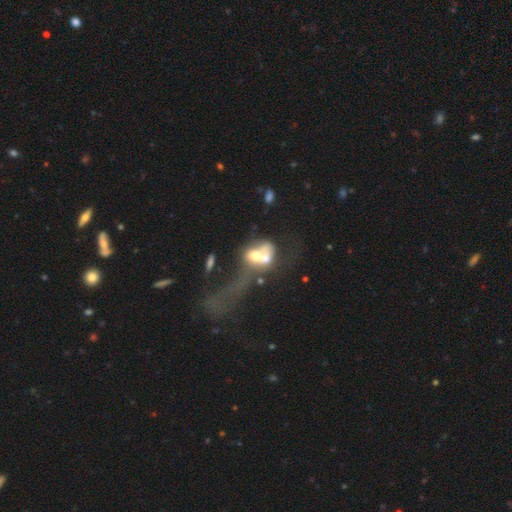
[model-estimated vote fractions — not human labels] featured or disk 46%, smooth 42%, star or artifact 12%. Down the decision tree: merging — merger (68%).